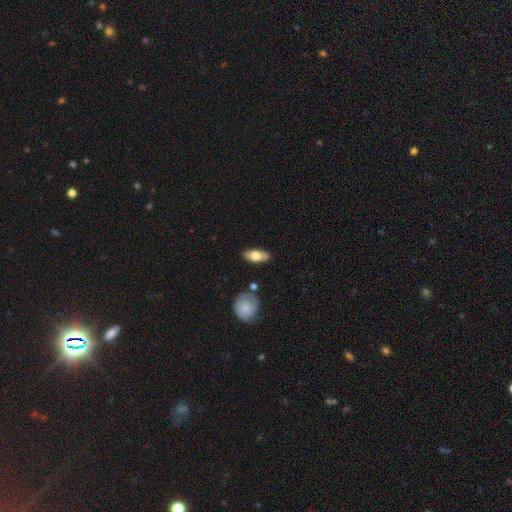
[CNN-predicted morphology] smooth-or-featured: smooth: 68% | featured or disk: 26% | star or artifact: 6%
  how-rounded: in between: 82% | cigar-shaped: 15% | round: 3%
  merging: none: 85% | minor disturbance: 10% | merger: 3% | major disturbance: 2%